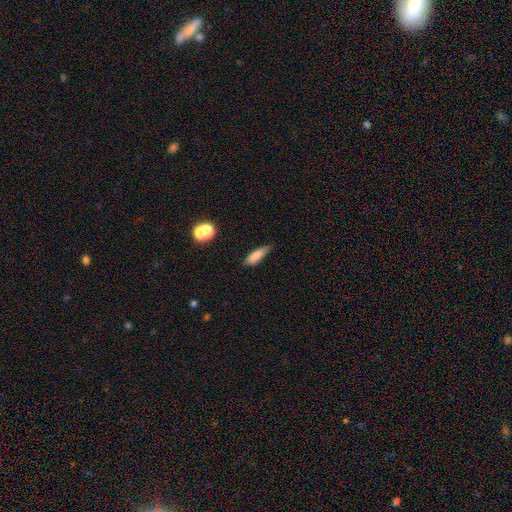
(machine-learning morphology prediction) smooth 79%, featured or disk 12%, star or artifact 8%. Down the decision tree: how rounded — cigar-shaped (53%); merging — none (64%).